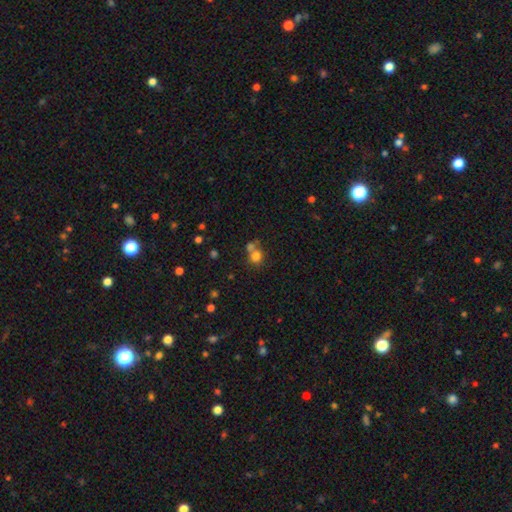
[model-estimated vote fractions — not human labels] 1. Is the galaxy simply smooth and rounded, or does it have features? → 76% smooth, 14% star or artifact, 10% featured or disk.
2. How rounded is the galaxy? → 81% round, 18% in between, 1% cigar-shaped.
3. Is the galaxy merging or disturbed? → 47% none, 40% merger, 9% minor disturbance, 5% major disturbance.